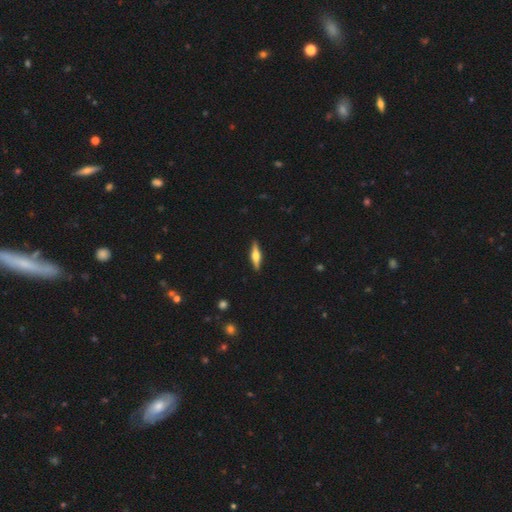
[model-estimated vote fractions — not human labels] Smooth or featured? featured or disk (57%)
Edge-on disk? yes (96%)
Edge-on bulge? rounded (87%)
Merging? none (90%)